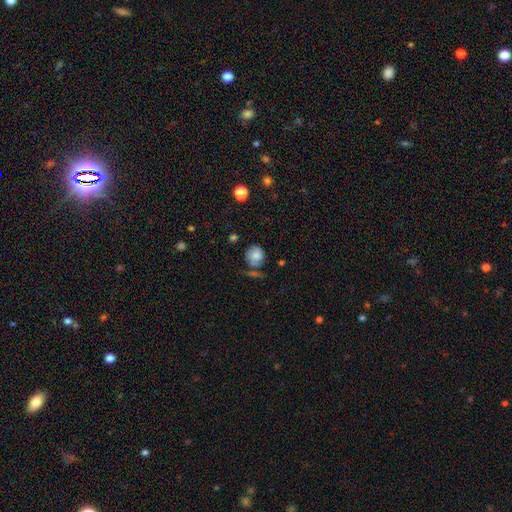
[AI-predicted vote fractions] Smooth or featured: smooth — 79% (featured or disk — 12%)
How rounded: round — 86% (in between — 13%)
Merging: none — 59% (minor disturbance — 22%)